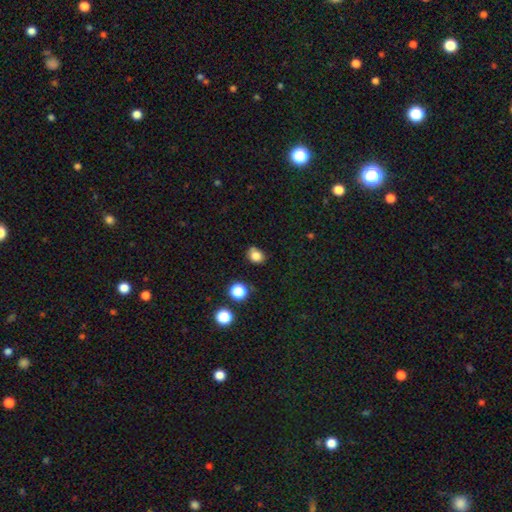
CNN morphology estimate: This is clearly a smooth galaxy (82%). How rounded: possibly round (54%). Merging: likely none (72%).